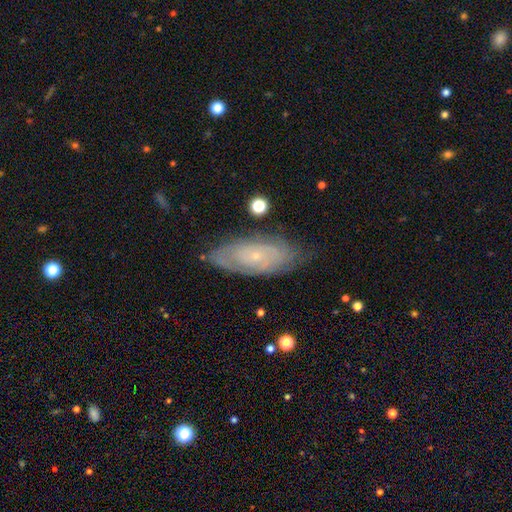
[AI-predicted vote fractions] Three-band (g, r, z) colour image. It shows a featured or disk galaxy (70%) with no bar (82%), spiral arms (78%) and a small central bulge (84%). Merging: none (74%).